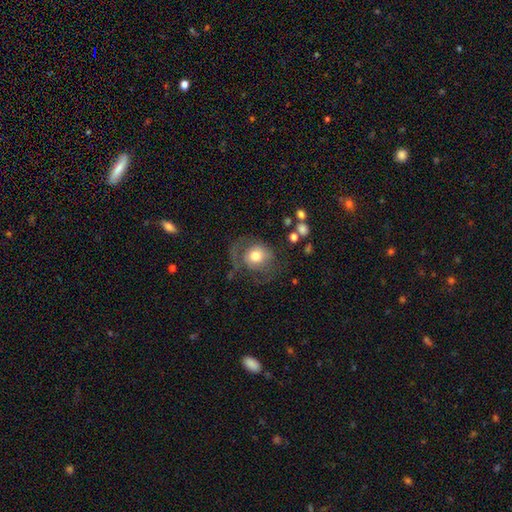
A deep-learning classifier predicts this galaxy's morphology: The model was most divided on "merging": none: 45%, major disturbance: 32%, minor disturbance: 21%, merger: 3%. More confident: how rounded — round (75%); smooth or featured — smooth (61%).